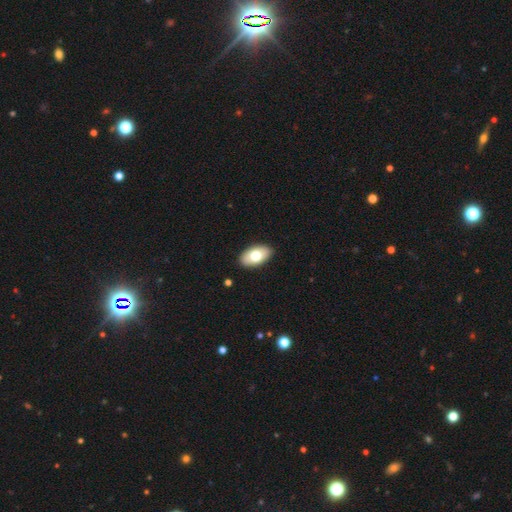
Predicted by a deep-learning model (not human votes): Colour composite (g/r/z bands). It shows a smooth galaxy with no disk features (72%) that is in between round and cigar-shaped (94%). Merging: none (89%).